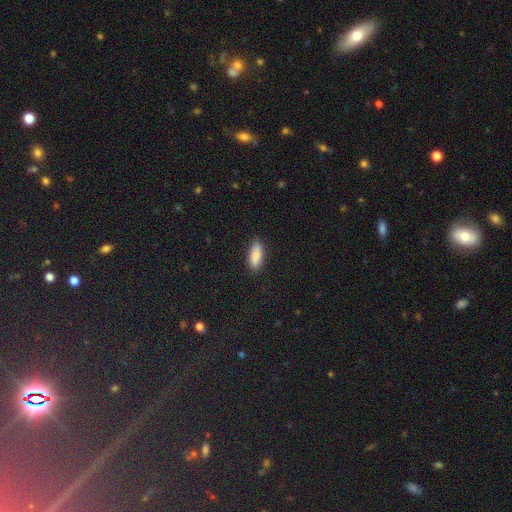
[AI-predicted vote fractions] smooth_or_featured: smooth (p=0.88) [alt: star or artifact p=0.06]
how_rounded: in between (p=0.72) [alt: cigar-shaped p=0.26]
merging: none (p=0.86) [alt: minor disturbance p=0.11]